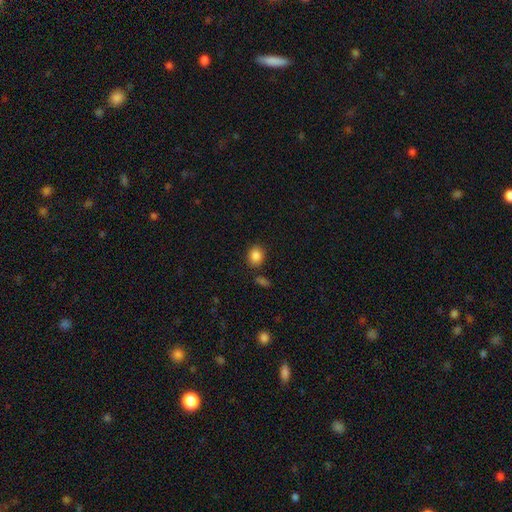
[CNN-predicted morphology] smooth 87%, star or artifact 9%, featured or disk 4%. Down the decision tree: how rounded — round (56%); merging — none (83%).